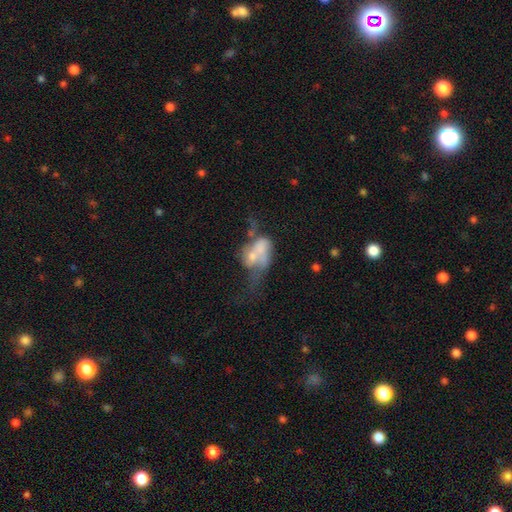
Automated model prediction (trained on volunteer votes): Q: Smooth or featured?
A: smooth (45%); tied with: featured or disk (45%)
Q: Merging?
A: merger (57%); runner-up: major disturbance (25%)